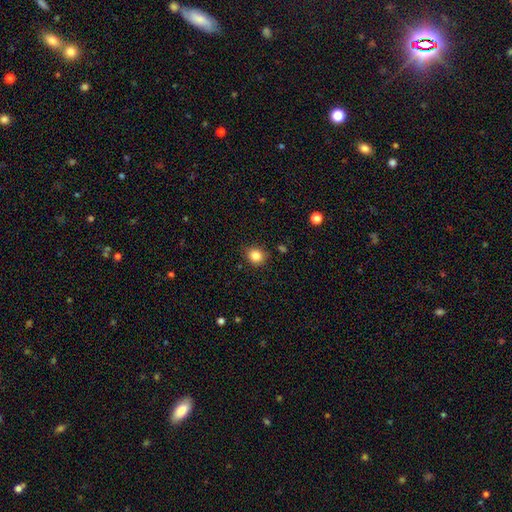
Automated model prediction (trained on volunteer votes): A smooth galaxy with no disk features (84%) that is round (80%). Merging: none (85%).